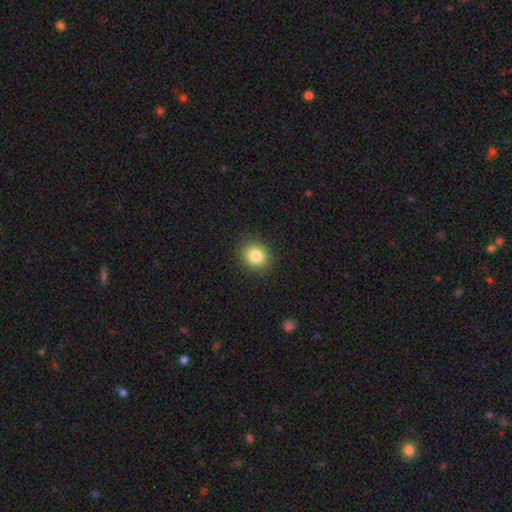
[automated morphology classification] smooth-or-featured: smooth: 84% | star or artifact: 10% | featured or disk: 6%
  how-rounded: round: 73% | in between: 26% | cigar-shaped: 1%
  merging: none: 89% | minor disturbance: 7% | major disturbance: 2% | merger: 1%